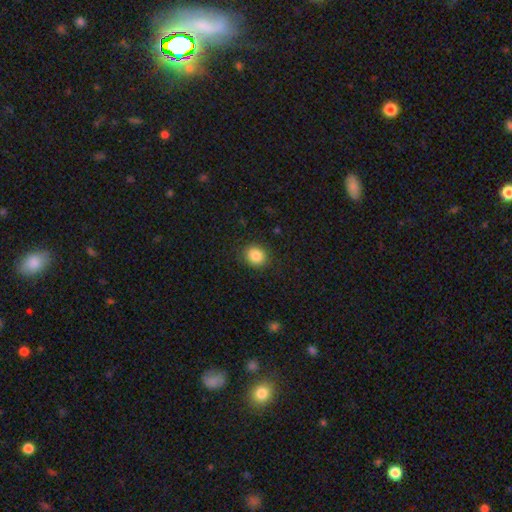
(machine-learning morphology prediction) This appears to be a smooth galaxy with no disk features (85%) that is round (72%). Merging: none (89%).